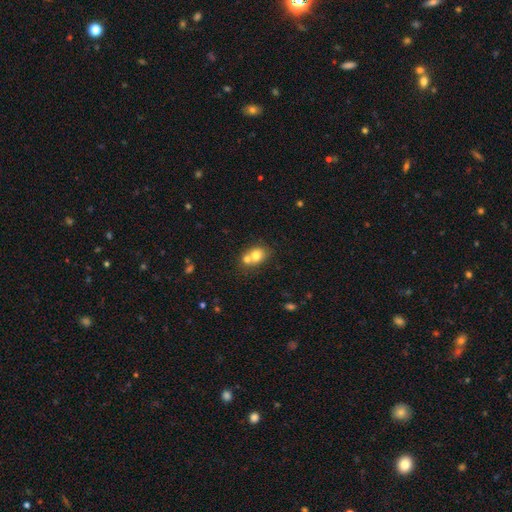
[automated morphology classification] Smooth or featured: smooth — 73% (featured or disk — 16%)
How rounded: round — 62% (in between — 37%)
Merging: merger — 56% (none — 34%)